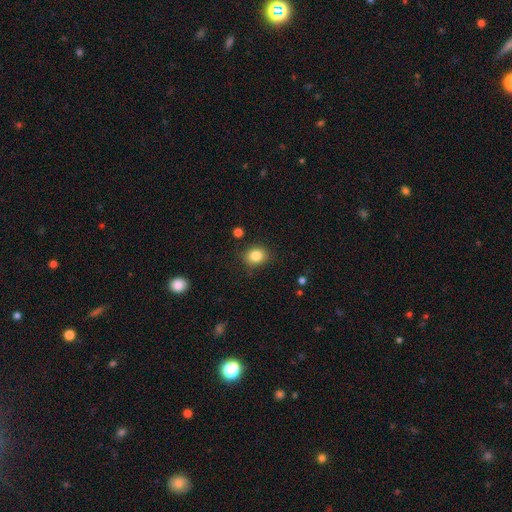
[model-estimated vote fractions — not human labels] smooth 84%, star or artifact 10%, featured or disk 6%. Down the decision tree: how rounded — round (64%); merging — none (85%).